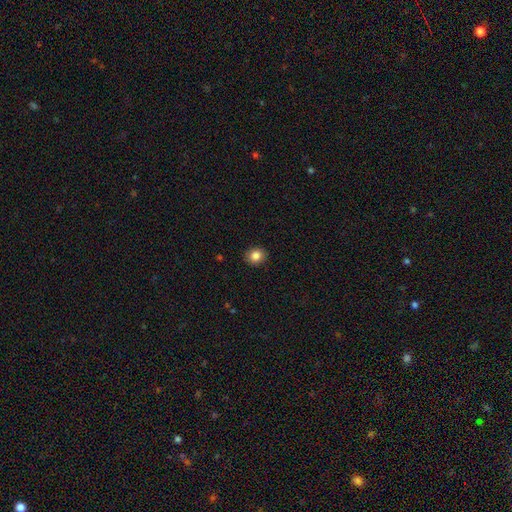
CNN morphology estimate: Smooth or featured?
  - smooth: 85% *
  - star or artifact: 10%
  - featured or disk: 5%
How rounded?
  - round: 74% *
  - in between: 25%
  - cigar-shaped: 1%
Merging?
  - none: 90% *
  - minor disturbance: 8%
  - major disturbance: 2%
  - merger: 1%